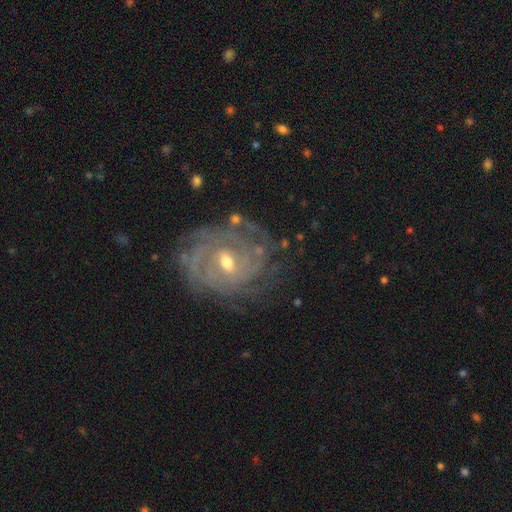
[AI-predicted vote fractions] Overall: featured or disk (87%). Edge-on disk: no (97%). Bar: weak (49%; no 36%). Spiral arms: yes (96%). Spiral arm count: can't tell (37%; 3 17%). Spiral winding: tight (76%). Bulge size: moderate (54%; small 42%). Merging: none (74%).